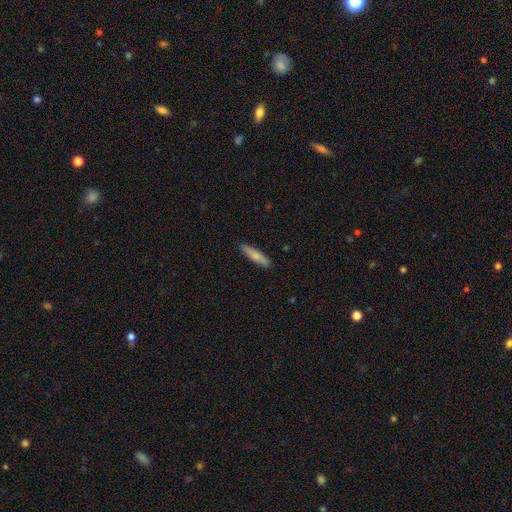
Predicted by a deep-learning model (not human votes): Smooth or featured?
  - smooth: 74% *
  - featured or disk: 21%
  - star or artifact: 5%
How rounded?
  - cigar-shaped: 85% *
  - in between: 14%
  - round: 2%
Merging?
  - none: 87% *
  - minor disturbance: 10%
  - major disturbance: 2%
  - merger: 1%